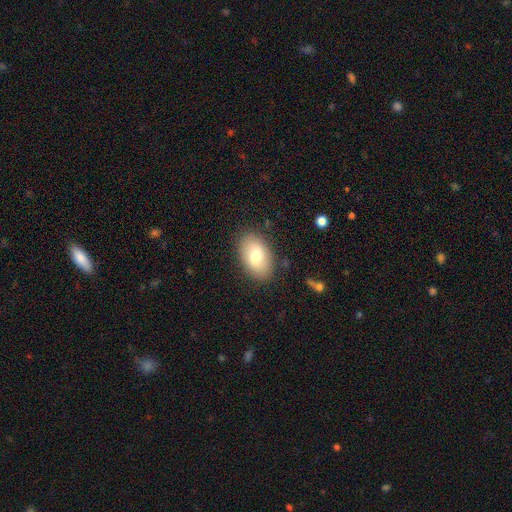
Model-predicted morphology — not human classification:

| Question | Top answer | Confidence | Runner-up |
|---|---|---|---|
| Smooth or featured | smooth | 74% | featured or disk (19%) |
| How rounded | in between | 91% | round (7%) |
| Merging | none | 85% | minor disturbance (10%) |